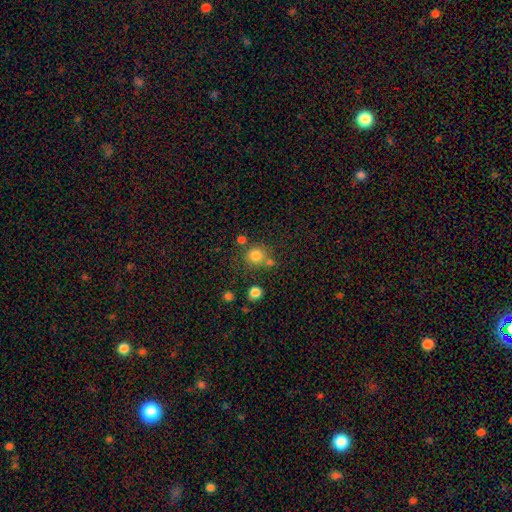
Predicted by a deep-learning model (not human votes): Smooth or featured?
  - smooth: 80% *
  - star or artifact: 13%
  - featured or disk: 7%
How rounded?
  - round: 88% *
  - in between: 11%
  - cigar-shaped: 1%
Merging?
  - none: 70% *
  - merger: 15%
  - minor disturbance: 11%
  - major disturbance: 4%